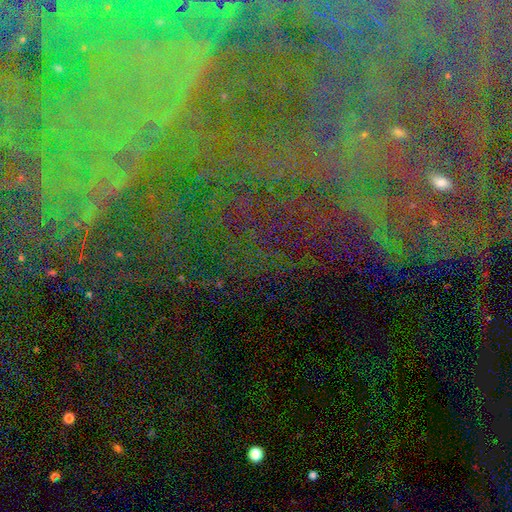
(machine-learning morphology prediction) Smooth or featured? star or artifact (63%)